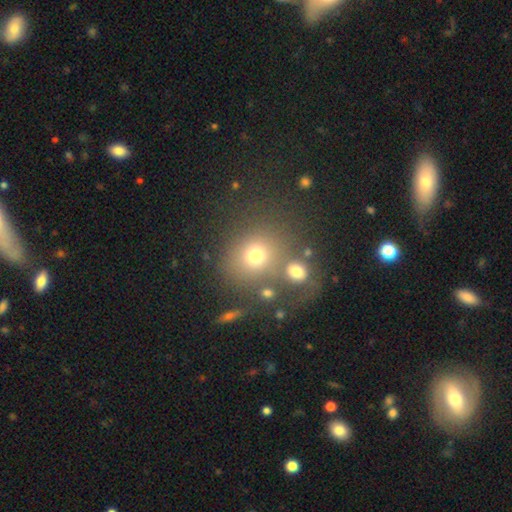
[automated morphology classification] smooth_or_featured: smooth (p=0.71) [alt: star or artifact p=0.17]
how_rounded: round (p=0.77) [alt: in between p=0.22]
merging: none (p=0.59) [alt: merger p=0.22]